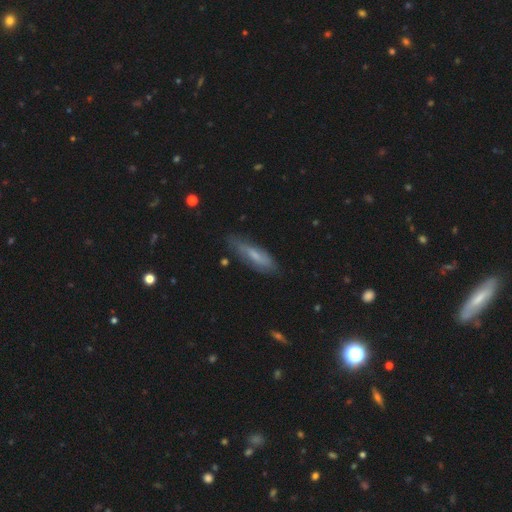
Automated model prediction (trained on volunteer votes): A smooth galaxy with no disk features (54%) that is cigar-shaped (53%). Merging: none (69%).